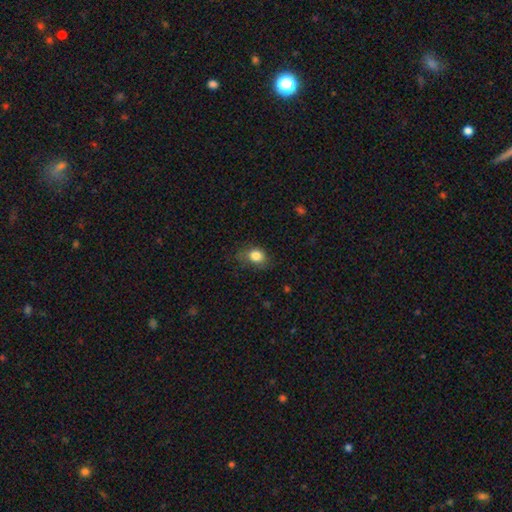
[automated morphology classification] This appears to be a smooth galaxy with no disk features (84%) that is in between round and cigar-shaped (59%). Merging: none (64%).